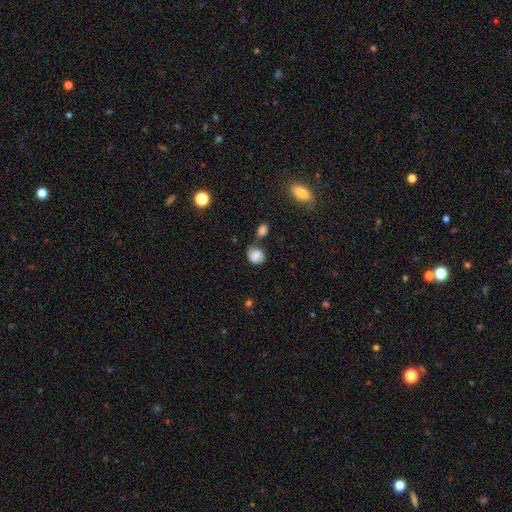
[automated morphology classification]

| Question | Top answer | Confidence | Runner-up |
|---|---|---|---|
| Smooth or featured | smooth | 80% | featured or disk (11%) |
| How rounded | round | 70% | in between (29%) |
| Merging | none | 48% | minor disturbance (23%) |